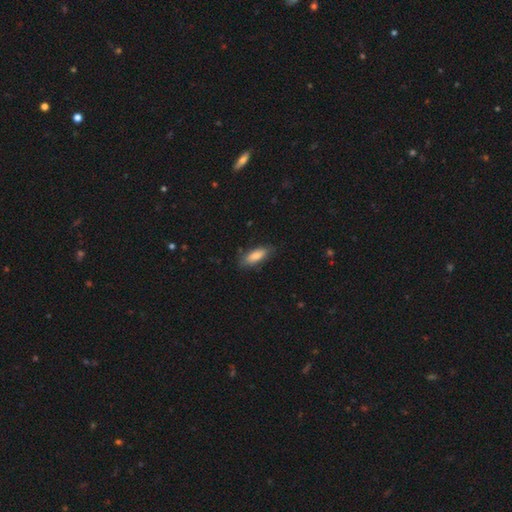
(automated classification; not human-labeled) Smooth or featured? smooth (80%)
How rounded? in between (67%)
Merging? none (79%)